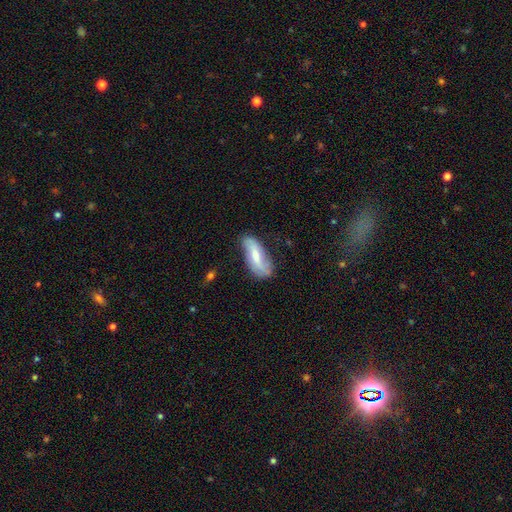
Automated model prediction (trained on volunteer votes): smooth-or-featured: featured or disk: 47% | smooth: 46% | star or artifact: 7%
  merging: none: 69% | minor disturbance: 23% | major disturbance: 6% | merger: 2%